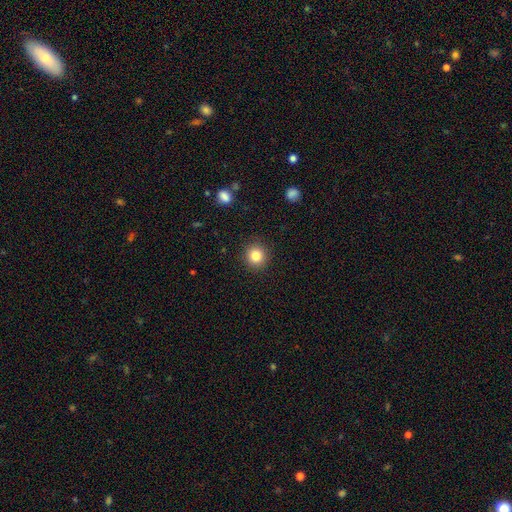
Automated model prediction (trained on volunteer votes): Smooth or featured? Predicted: smooth (p=0.83). How rounded? Predicted: round (p=0.92). Merging? Predicted: none (p=0.91).